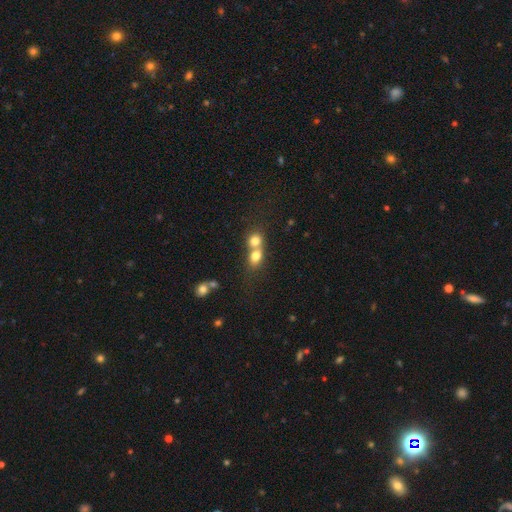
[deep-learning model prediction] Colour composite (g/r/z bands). It shows a smooth galaxy with no disk features (75%) that is round (58%). Merging: merger (70%).